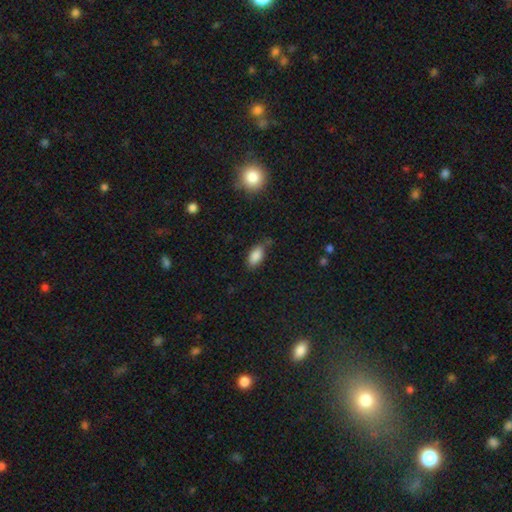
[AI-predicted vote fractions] The model was most divided on "merging": none: 69%, minor disturbance: 23%, major disturbance: 5%, merger: 3%. More confident: how rounded — in between (91%); smooth or featured — smooth (85%).